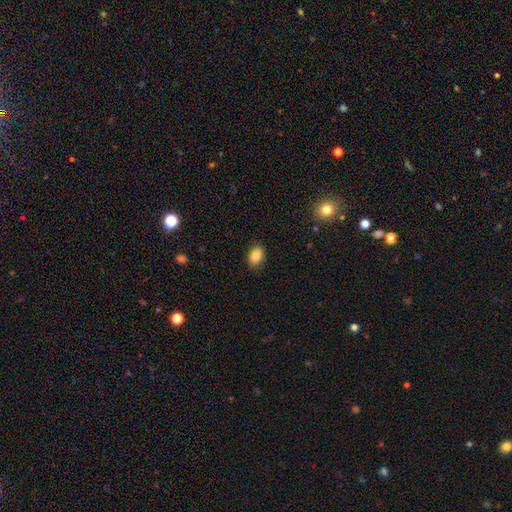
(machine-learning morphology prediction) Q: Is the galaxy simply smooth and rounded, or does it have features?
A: smooth — 84%.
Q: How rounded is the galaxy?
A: in between — 80%.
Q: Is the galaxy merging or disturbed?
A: none — 87%.